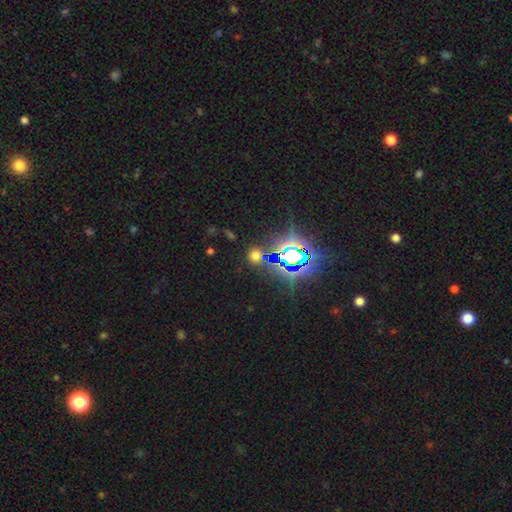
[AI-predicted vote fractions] A star or artifact, not a galaxy (52%).

Vote fractions:
- Smooth or featured? star or artifact: 52% / smooth: 41% / featured or disk: 7%